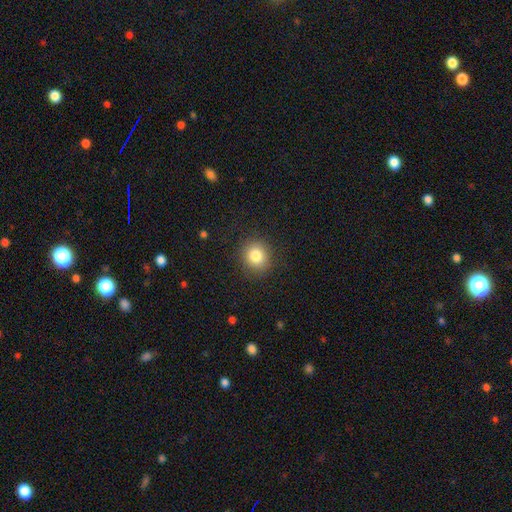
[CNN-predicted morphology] The model was most divided on "how rounded": round: 82%, in between: 17%, cigar-shaped: 1%. More confident: merging — none (88%); smooth or featured — smooth (82%).